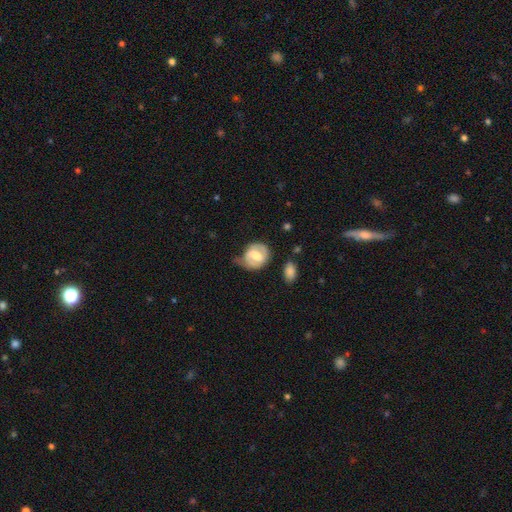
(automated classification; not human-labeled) Q: Smooth or featured?
A: featured or disk (56%); runner-up: smooth (37%)
Q: Edge-on disk?
A: no (95%); runner-up: yes (5%)
Q: Bar?
A: strong (41%); tied with: weak (41%)
Q: Spiral arms?
A: yes (58%); runner-up: no (42%)
Q: Bulge size?
A: moderate (46%); runner-up: large (27%)
Q: Merging?
A: none (49%); runner-up: minor disturbance (31%)